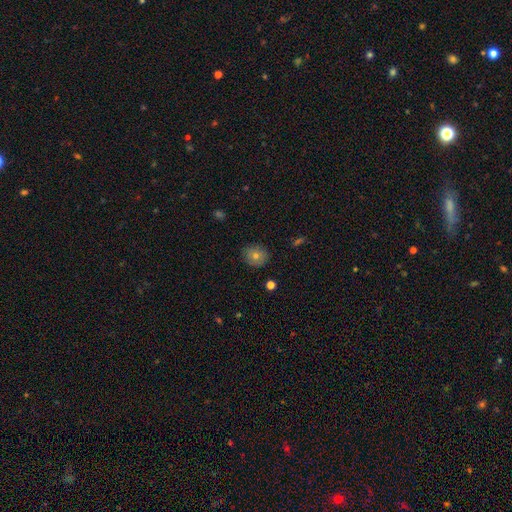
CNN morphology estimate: Smooth or featured?
  - smooth: 67% *
  - featured or disk: 19%
  - star or artifact: 14%
How rounded?
  - round: 83% *
  - in between: 16%
  - cigar-shaped: 1%
Merging?
  - none: 86% *
  - minor disturbance: 11%
  - major disturbance: 2%
  - merger: 1%